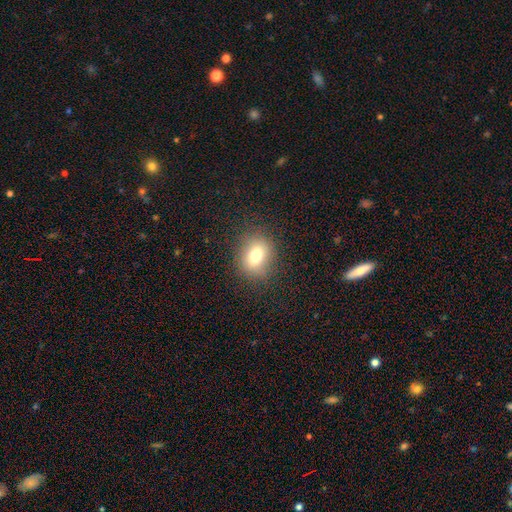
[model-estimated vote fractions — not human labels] A smooth galaxy with no disk features (75%) that is round (52%). Merging: none (84%).